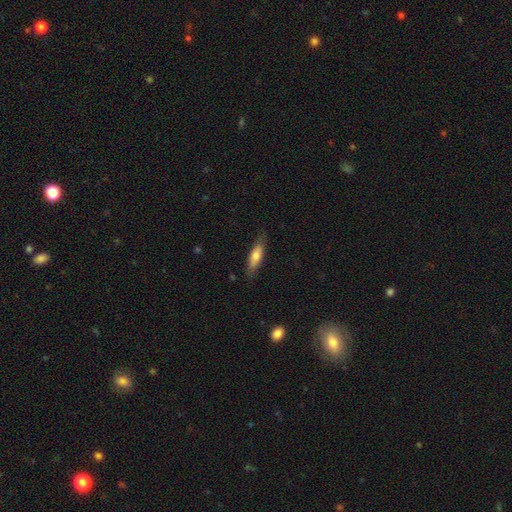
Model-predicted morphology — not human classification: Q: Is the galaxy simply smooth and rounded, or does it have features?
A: smooth — 66%.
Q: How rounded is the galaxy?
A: cigar-shaped — 64%.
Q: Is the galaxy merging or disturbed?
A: none — 79%.